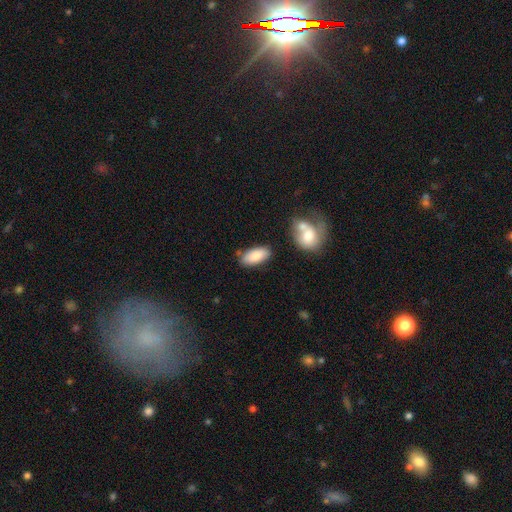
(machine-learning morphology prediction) This appears to be a smooth galaxy with no disk features (86%) that is in between round and cigar-shaped (88%). Merging: none (76%).